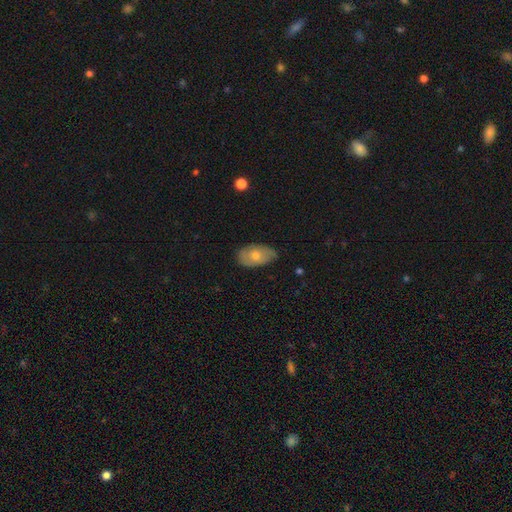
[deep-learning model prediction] Smooth or featured? smooth (63%)
How rounded? in between (92%)
Merging? none (70%)